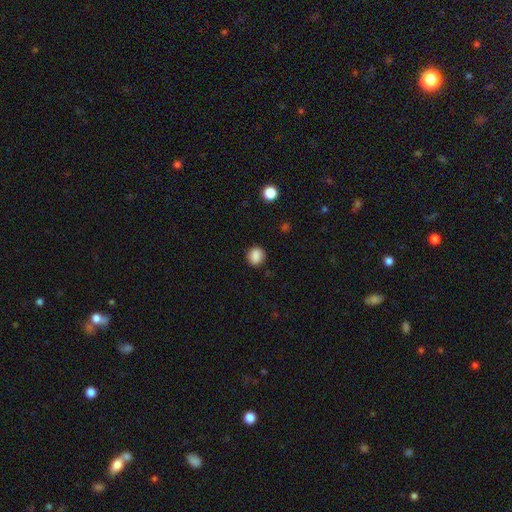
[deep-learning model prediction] Smooth or featured? Predicted: smooth (p=0.87). How rounded? Predicted: round (p=0.79). Merging? Predicted: none (p=0.88).